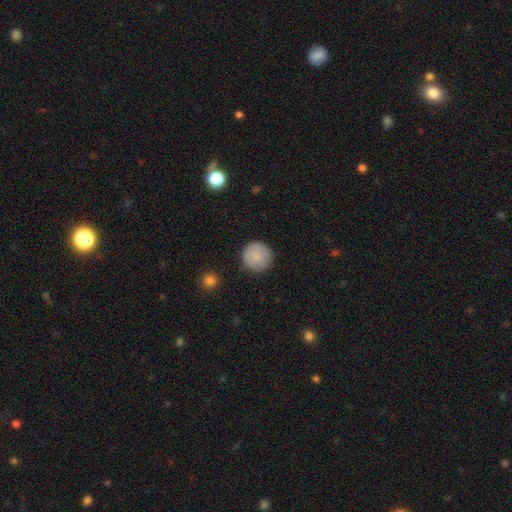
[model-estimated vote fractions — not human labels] smooth 86%, featured or disk 7%, star or artifact 7%. Down the decision tree: how rounded — round (95%); merging — none (88%).